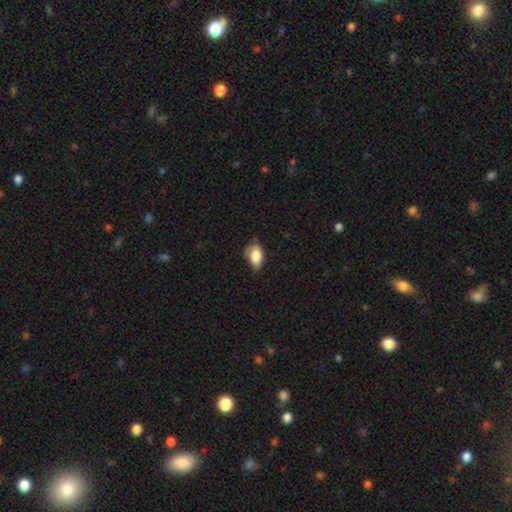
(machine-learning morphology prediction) smooth-or-featured: smooth: 83% | featured or disk: 9% | star or artifact: 8%
  how-rounded: in between: 89% | round: 9% | cigar-shaped: 2%
  merging: none: 55% | minor disturbance: 36% | major disturbance: 7% | merger: 2%